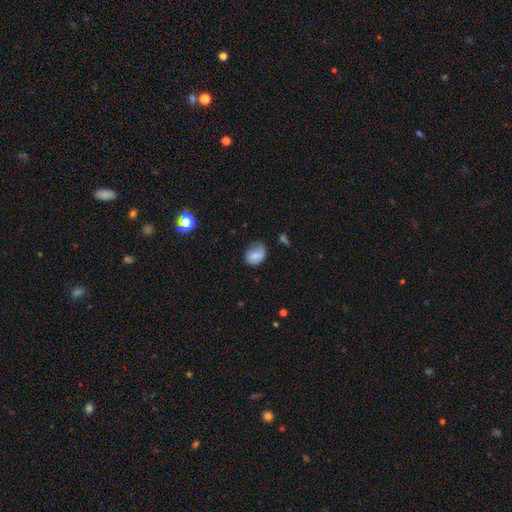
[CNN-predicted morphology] type=smooth (71%); roundness=in between (60%); merging=none (44%).